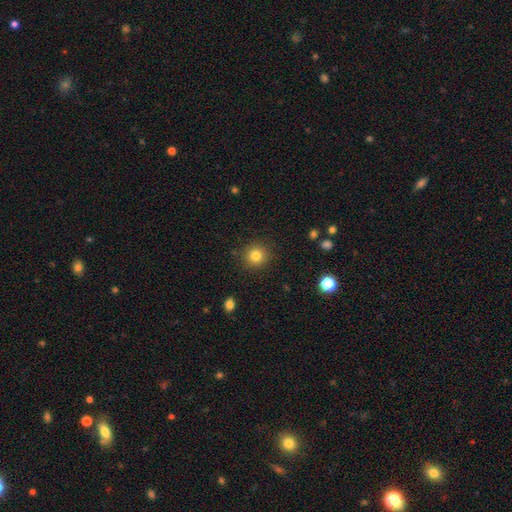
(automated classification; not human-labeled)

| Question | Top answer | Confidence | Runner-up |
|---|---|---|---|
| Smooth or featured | smooth | 81% | star or artifact (12%) |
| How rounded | round | 93% | in between (6%) |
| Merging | none | 90% | minor disturbance (6%) |